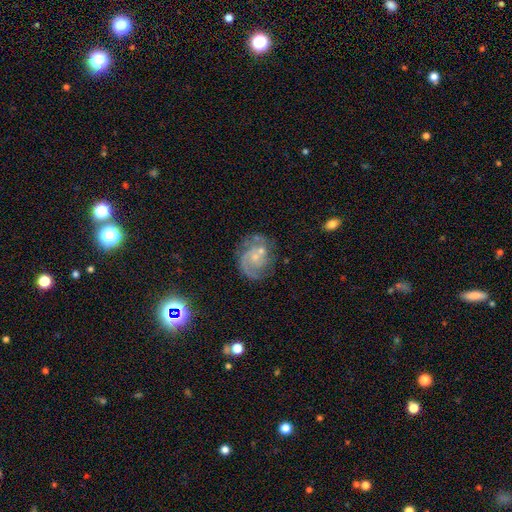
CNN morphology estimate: A featured or disk galaxy (80%) with no bar (69%), 2 (53%) medium (44%) spiral arms (93%) and a small central bulge (68%). Merging: none (58%).